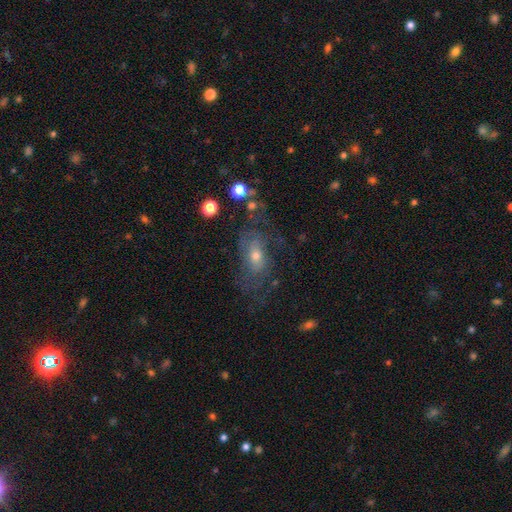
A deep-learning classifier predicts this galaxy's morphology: Smooth or featured? Predicted: featured or disk (p=0.59). Edge-on disk? Predicted: no (p=0.91). Bar? Predicted: no (p=0.72). Spiral arms? Predicted: yes (p=0.63). Bulge size? Predicted: moderate (p=0.48). Merging? Predicted: none (p=0.54).